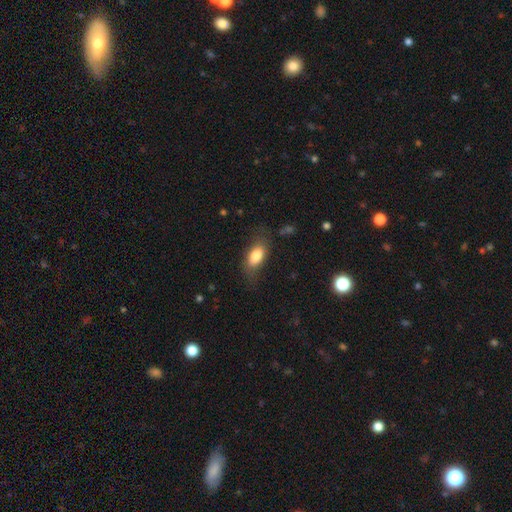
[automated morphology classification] Smooth or featured: smooth — 79% (featured or disk — 14%)
How rounded: in between — 87% (cigar-shaped — 7%)
Merging: none — 70% (minor disturbance — 20%)